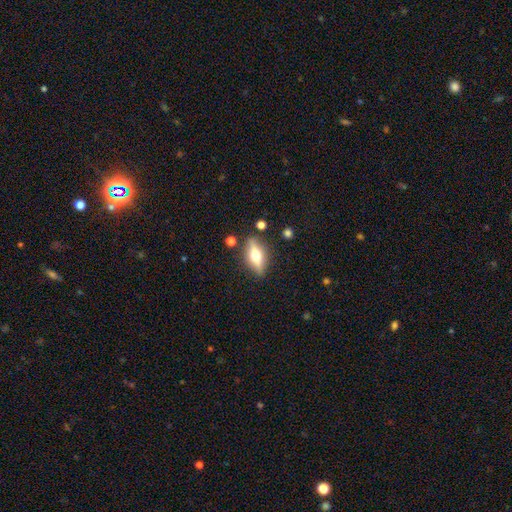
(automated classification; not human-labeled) smooth_or_featured: featured or disk (p=0.59) [alt: smooth p=0.34]
disk_edge_on: yes (p=0.89) [alt: no p=0.11]
edge_on_bulge: rounded (p=0.95) [alt: boxy p=0.03]
merging: none (p=0.84) [alt: minor disturbance p=0.11]